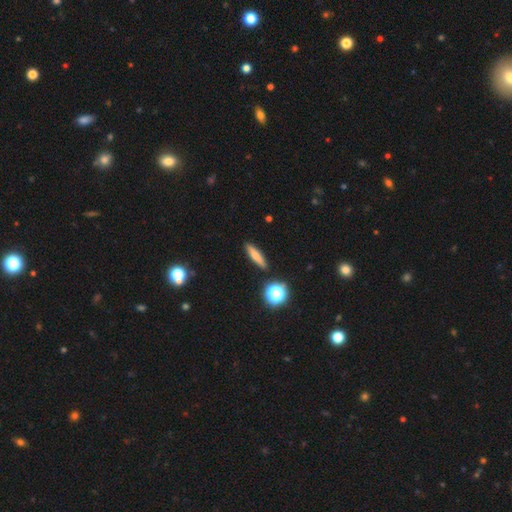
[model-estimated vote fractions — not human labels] Smooth or featured? Predicted: smooth (p=0.67). How rounded? Predicted: cigar-shaped (p=0.72). Merging? Predicted: none (p=0.89).